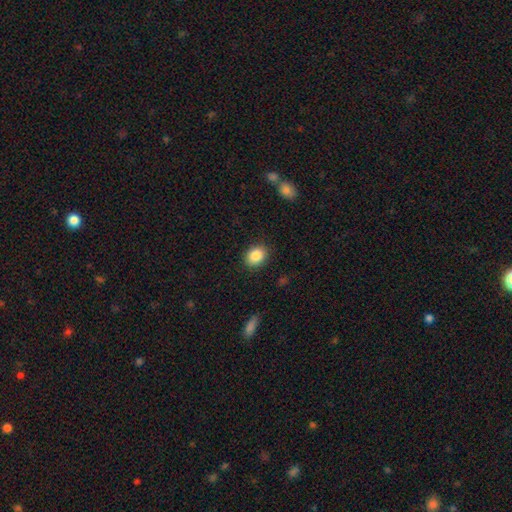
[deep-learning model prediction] Smooth or featured? smooth (87%)
How rounded? in between (54%)
Merging? none (87%)